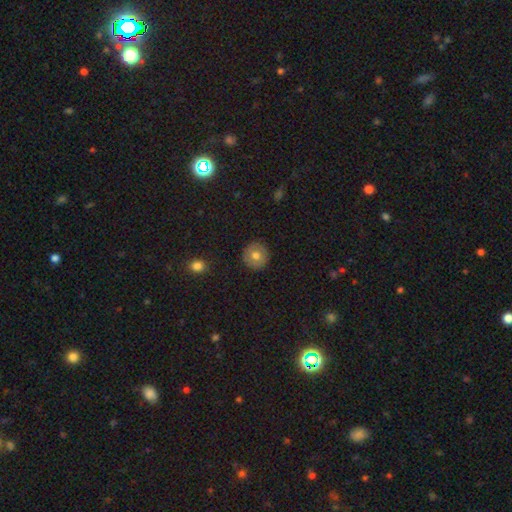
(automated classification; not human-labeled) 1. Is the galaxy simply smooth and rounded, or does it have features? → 69% smooth, 22% featured or disk, 9% star or artifact.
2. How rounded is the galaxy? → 95% round, 4% in between, 1% cigar-shaped.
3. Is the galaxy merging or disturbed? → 90% none, 7% minor disturbance, 2% major disturbance, 1% merger.